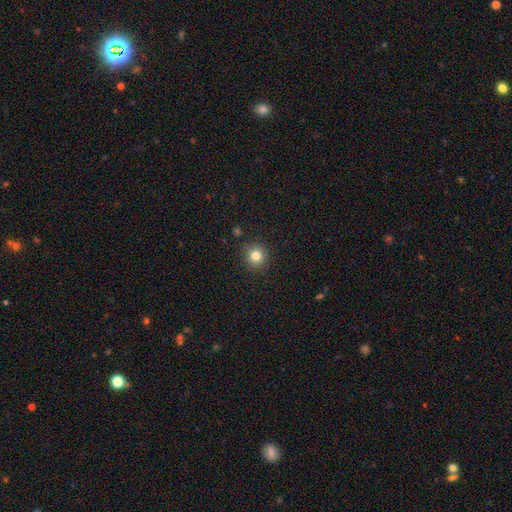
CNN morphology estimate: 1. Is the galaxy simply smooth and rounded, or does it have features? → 81% smooth, 12% star or artifact, 6% featured or disk.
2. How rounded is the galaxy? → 93% round, 6% in between, 1% cigar-shaped.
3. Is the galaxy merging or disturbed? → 89% none, 7% minor disturbance, 2% major disturbance, 2% merger.